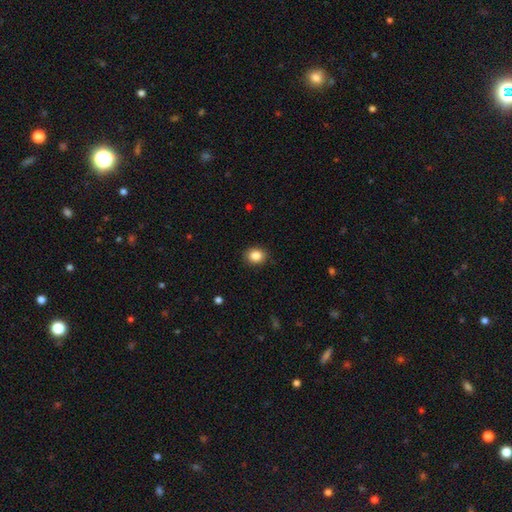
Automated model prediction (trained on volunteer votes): This is clearly a smooth galaxy (86%). How rounded: likely round (64%). Merging: clearly none (90%).